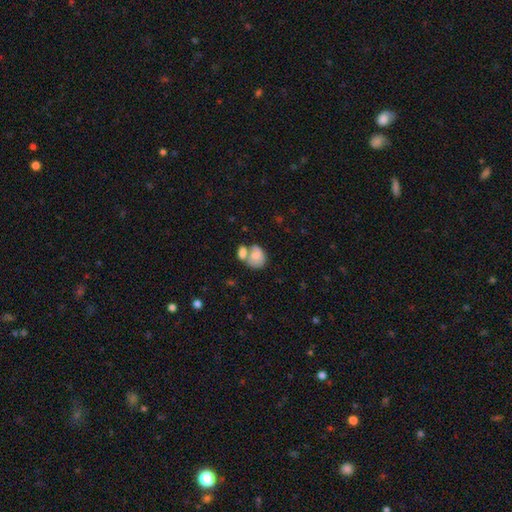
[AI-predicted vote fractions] Smooth or featured? Predicted: smooth (p=0.72). How rounded? Predicted: round (p=0.50). Merging? Predicted: merger (p=0.55).